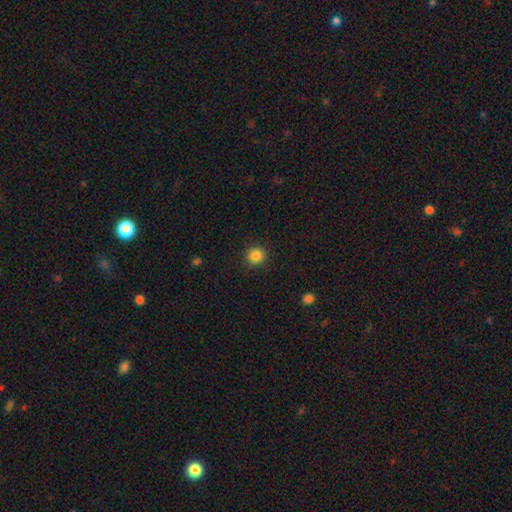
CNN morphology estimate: Q: Smooth or featured?
A: smooth (86%); runner-up: star or artifact (11%)
Q: How rounded?
A: round (92%); runner-up: in between (7%)
Q: Merging?
A: none (91%); runner-up: minor disturbance (6%)